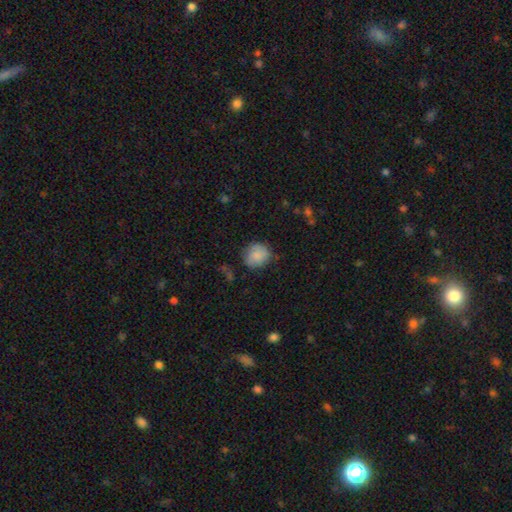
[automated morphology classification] Q: Smooth or featured?
A: smooth (82%); runner-up: featured or disk (11%)
Q: How rounded?
A: round (79%); runner-up: in between (20%)
Q: Merging?
A: none (74%); runner-up: minor disturbance (19%)